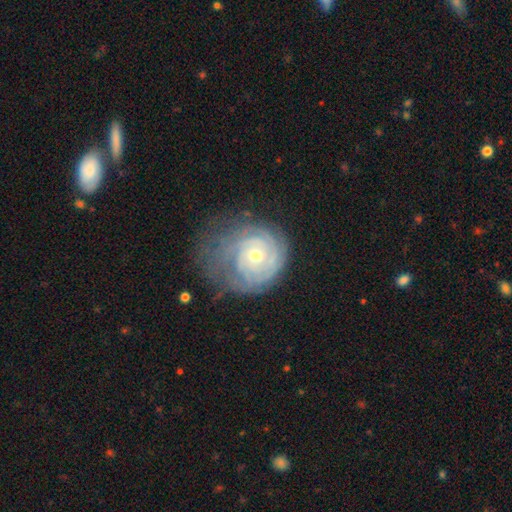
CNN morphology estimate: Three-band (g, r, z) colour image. It shows a featured or disk galaxy (80%) with no bar (78%), tight (80%) spiral arms (93%) and a small central bulge (53%). Merging: none (54%).